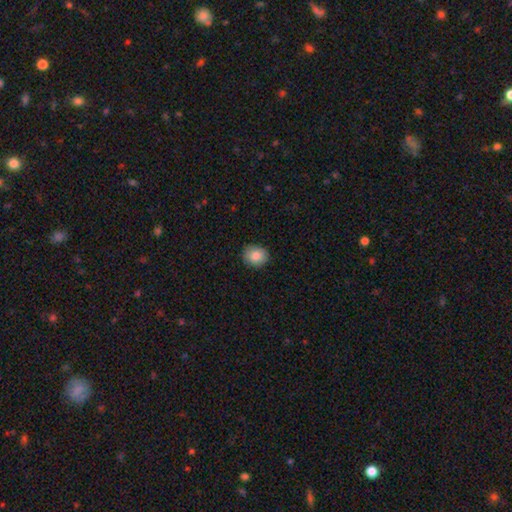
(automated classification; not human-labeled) Smooth or featured: smooth — 86% (star or artifact — 8%)
How rounded: round — 70% (in between — 30%)
Merging: none — 89% (minor disturbance — 9%)